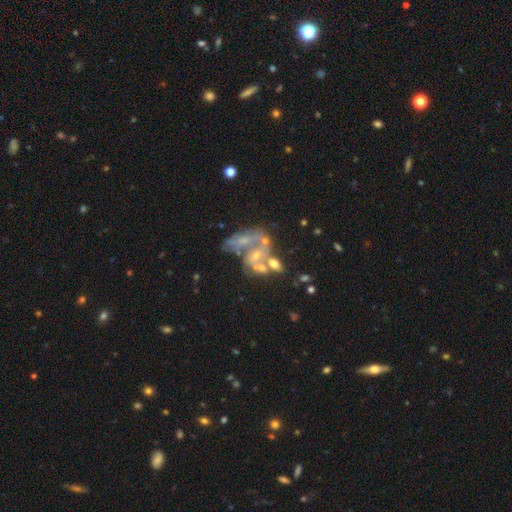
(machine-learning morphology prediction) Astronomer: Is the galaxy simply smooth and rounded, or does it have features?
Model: featured or disk — 67%.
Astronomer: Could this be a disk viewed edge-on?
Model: no — 97%.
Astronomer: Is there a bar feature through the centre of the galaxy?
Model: no — 73%.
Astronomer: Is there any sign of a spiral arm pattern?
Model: no — 64%.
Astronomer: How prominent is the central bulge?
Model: small — 44% (runner-up: none, 32%).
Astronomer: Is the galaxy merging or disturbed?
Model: merger — 40% (runner-up: major disturbance, 27%).